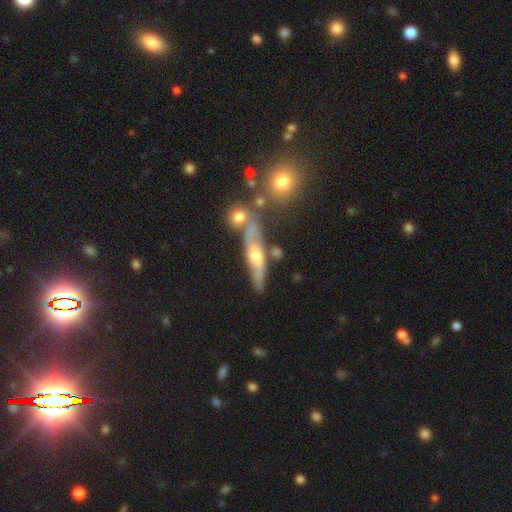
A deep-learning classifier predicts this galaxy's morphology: A featured or disk galaxy (56%) viewed edge-on (61%). Merging: none (59%).